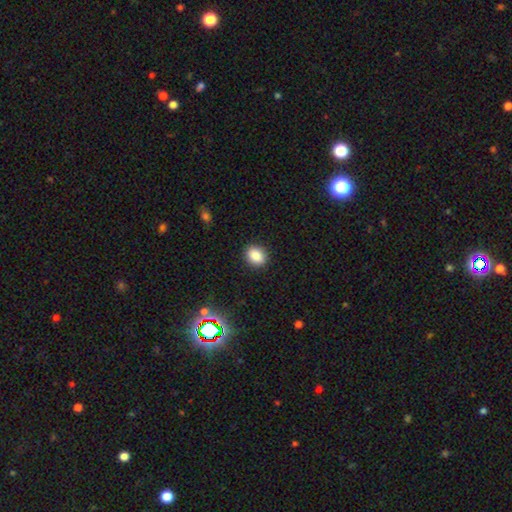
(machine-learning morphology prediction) Overall: smooth (86%). How rounded: in between (51%; round 48%). Merging: none (89%).